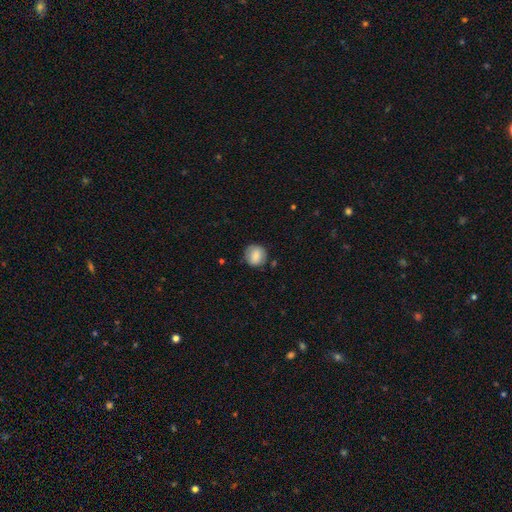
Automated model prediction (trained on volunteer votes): smooth 81%, featured or disk 12%, star or artifact 8%. Down the decision tree: how rounded — round (88%); merging — none (81%).